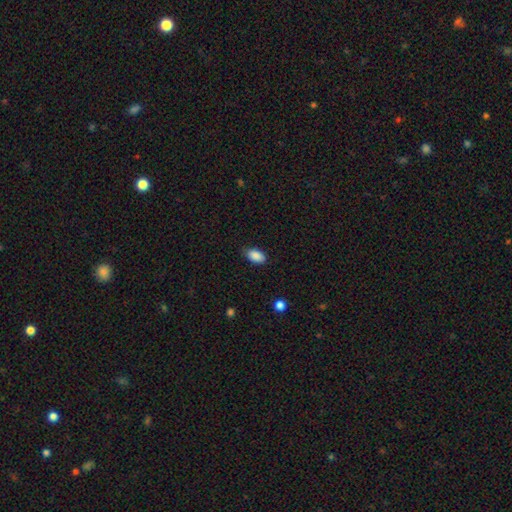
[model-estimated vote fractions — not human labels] Overall: smooth (88%). How rounded: in between (93%). Merging: none (79%).